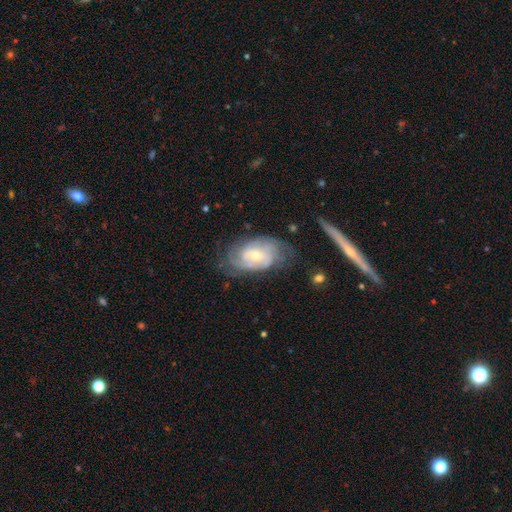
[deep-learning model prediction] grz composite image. It shows a featured or disk galaxy (75%) with no bar (46%), tight (49%) spiral arms (89%) and a small central bulge (60%). Merging: none (62%).